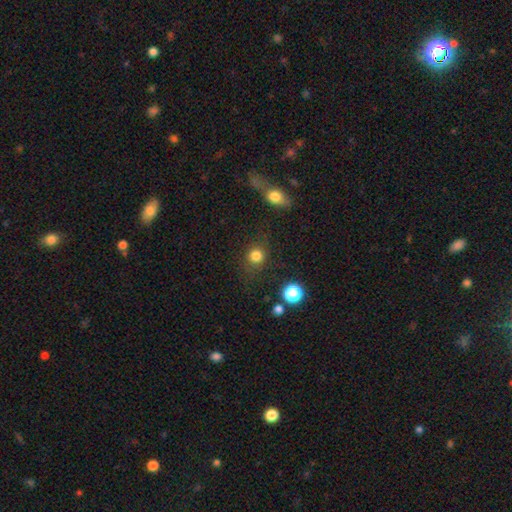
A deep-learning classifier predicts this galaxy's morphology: smooth_or_featured: smooth (p=0.81) [alt: star or artifact p=0.13]
how_rounded: round (p=0.89) [alt: in between p=0.10]
merging: none (p=0.83) [alt: minor disturbance p=0.10]